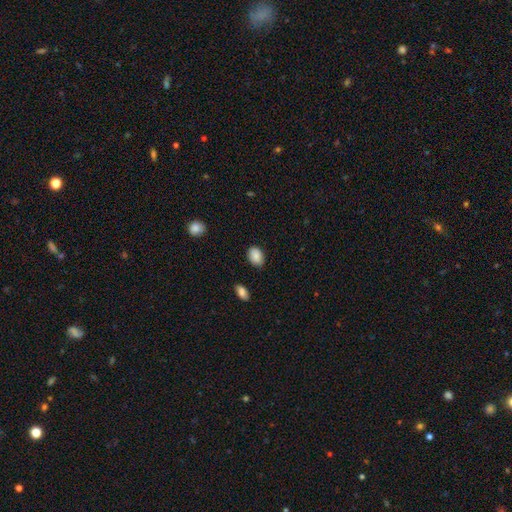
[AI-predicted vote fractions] Morphology: type=smooth (87%); roundness=in between (77%); merging=none (79%).